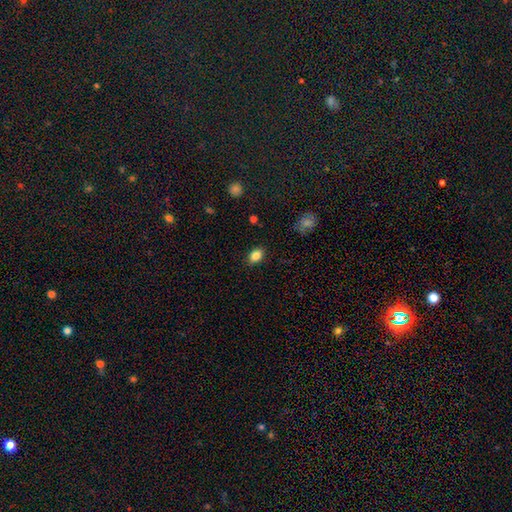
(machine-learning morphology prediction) Smooth or featured? Predicted: smooth (p=0.84). How rounded? Predicted: in between (p=0.81). Merging? Predicted: none (p=0.87).